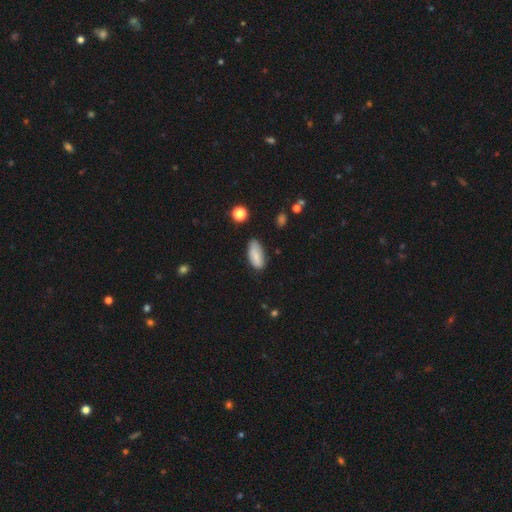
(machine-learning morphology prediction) A smooth galaxy with no disk features (81%) that is in between round and cigar-shaped (88%). Merging: none (75%).